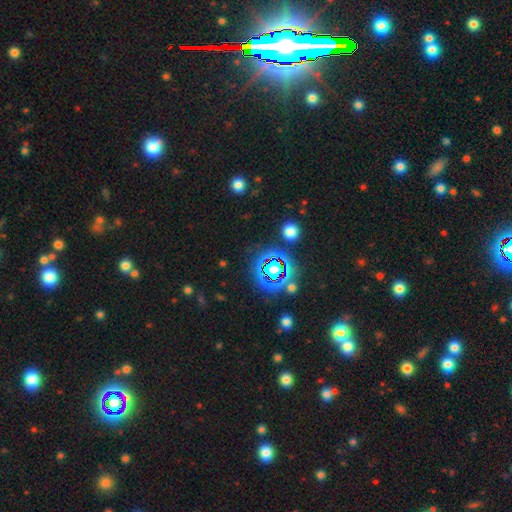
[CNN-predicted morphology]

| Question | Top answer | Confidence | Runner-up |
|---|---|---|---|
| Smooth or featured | star or artifact | 80% | smooth (13%) |